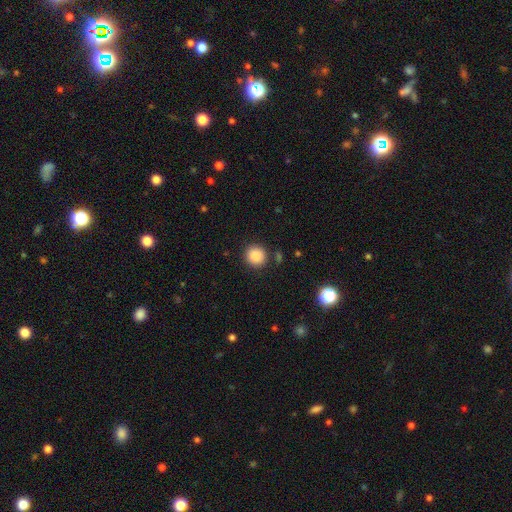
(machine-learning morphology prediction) smooth 88%, star or artifact 9%, featured or disk 3%. Down the decision tree: how rounded — round (90%); merging — none (86%).